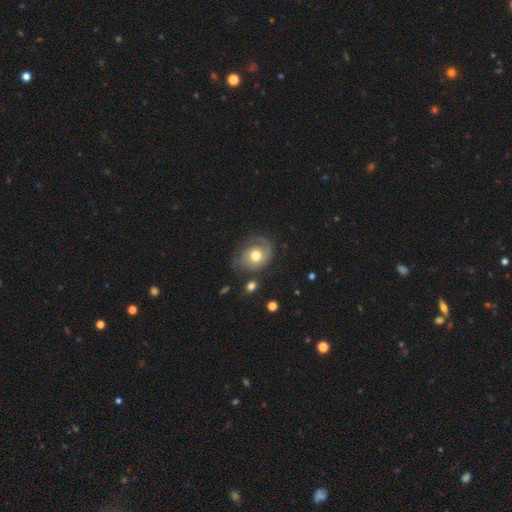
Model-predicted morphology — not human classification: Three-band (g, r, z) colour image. It shows a featured or disk galaxy (73%) with no bar (79%), 1 (46%) tight (55%) spiral arms (89%) and a moderate central bulge (73%). Merging: none (63%).